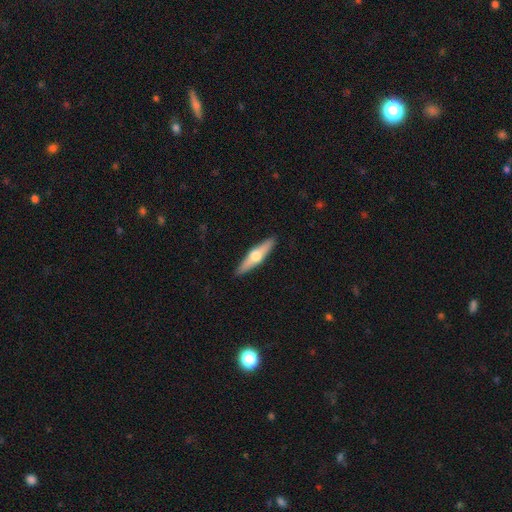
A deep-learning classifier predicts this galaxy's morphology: A featured or disk galaxy (57%) viewed edge-on (94%) with a rounded central bulge (95%). Merging: none (90%).